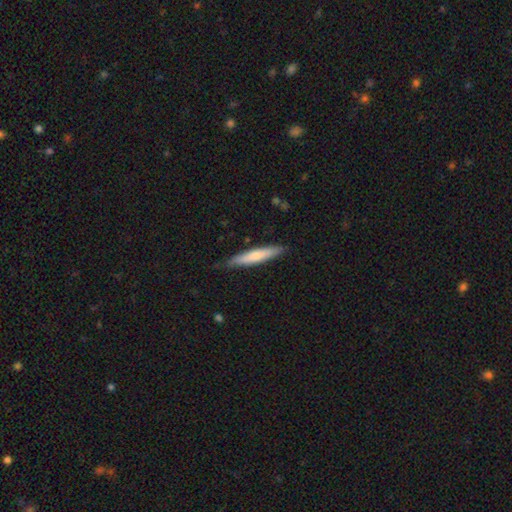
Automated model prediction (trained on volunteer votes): smooth_or_featured: smooth (p=0.65) [alt: featured or disk p=0.30]
how_rounded: cigar-shaped (p=0.91) [alt: in between p=0.08]
merging: none (p=0.85) [alt: minor disturbance p=0.11]